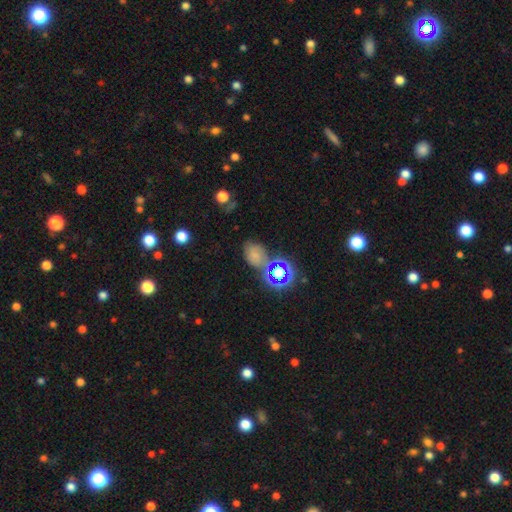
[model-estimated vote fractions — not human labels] This is possibly a smooth galaxy (52%). How rounded: likely in between (63%). Merging: possibly none (51%).